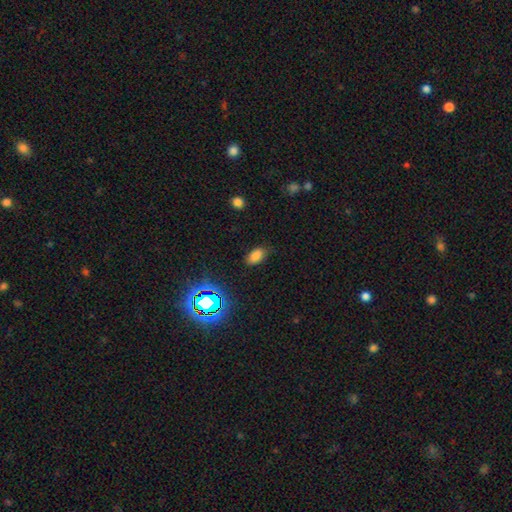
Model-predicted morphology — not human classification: This appears to be a smooth galaxy with no disk features (75%) that is in between round and cigar-shaped (91%). Merging: none (77%).